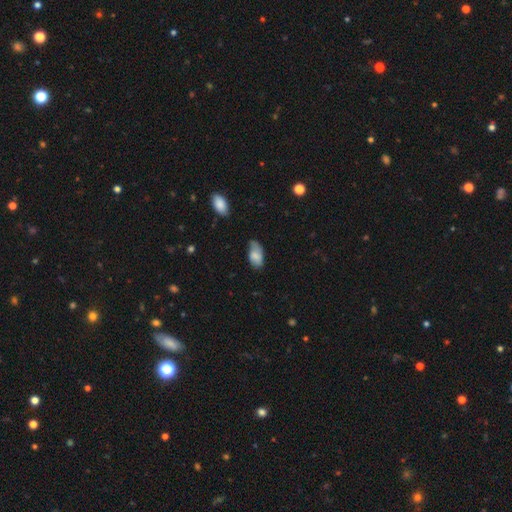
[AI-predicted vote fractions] smooth-or-featured: smooth: 76% | featured or disk: 17% | star or artifact: 8%
  how-rounded: in between: 94% | round: 4% | cigar-shaped: 3%
  merging: none: 49% | minor disturbance: 38% | major disturbance: 10% | merger: 2%